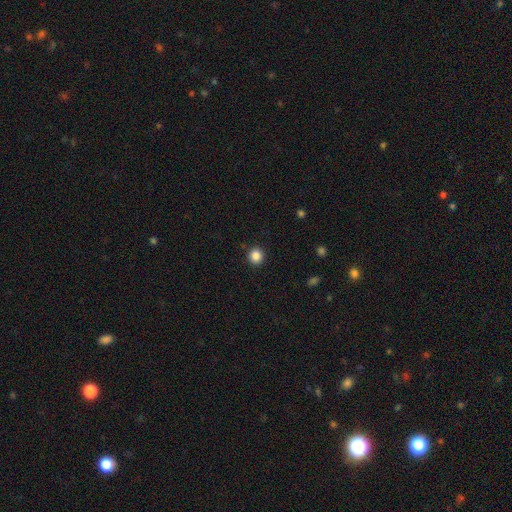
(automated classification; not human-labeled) This appears to be a smooth galaxy with no disk features (86%) that is round (91%). Merging: none (92%).